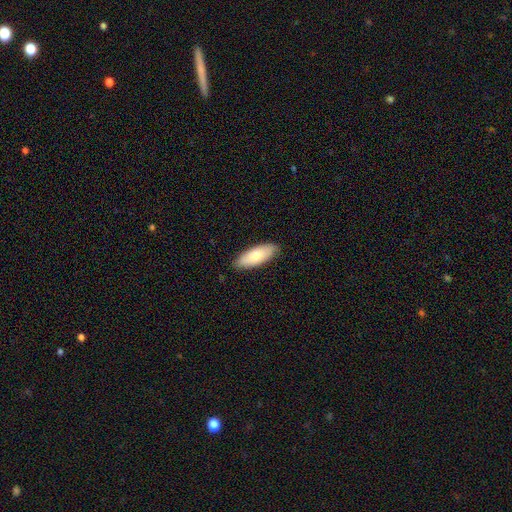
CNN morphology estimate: The model was most divided on "smooth or featured": smooth: 74%, featured or disk: 21%, star or artifact: 6%. More confident: merging — none (86%); how rounded — in between (78%).